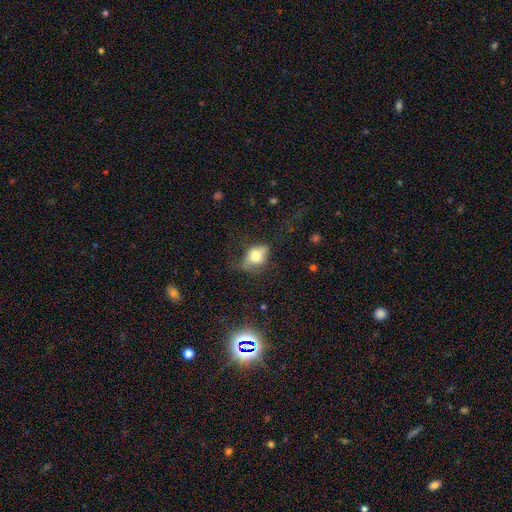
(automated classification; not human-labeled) A smooth galaxy with no disk features (59%) that is in between round and cigar-shaped (69%).

Vote fractions:
- Smooth or featured? smooth: 59% / featured or disk: 30% / star or artifact: 11%
- How rounded? in between: 69% / round: 28% / cigar-shaped: 4%
- Merging? none: 47% / minor disturbance: 29% / major disturbance: 20% / merger: 3%